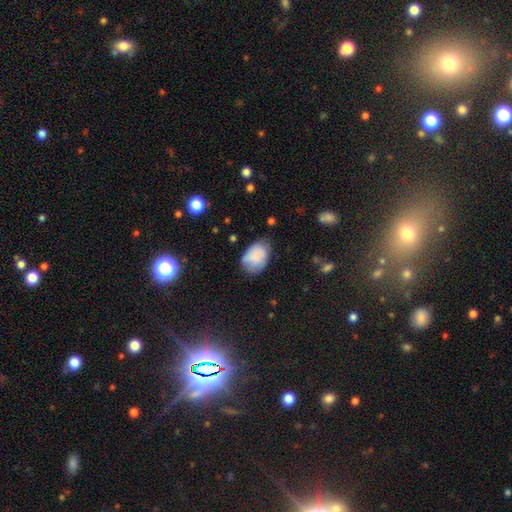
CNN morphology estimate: Overall: smooth (76%). How rounded: in between (78%). Merging: none (56%; minor disturbance 32%).